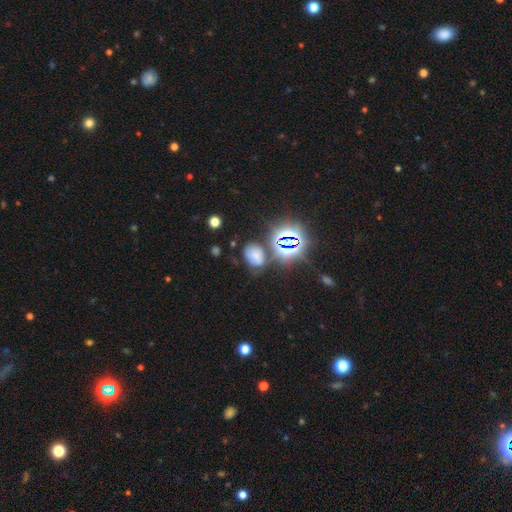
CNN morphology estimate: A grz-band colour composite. It shows a smooth galaxy with no disk features (51%) that is in between round and cigar-shaped (71%). Merging: none (56%).